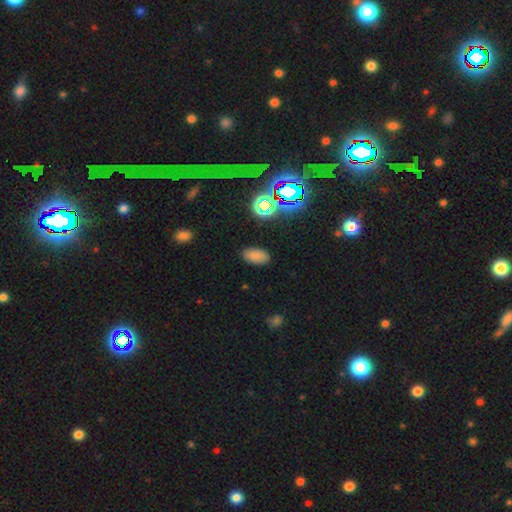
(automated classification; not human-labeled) This is likely a smooth galaxy (74%). How rounded: clearly in between (93%). Merging: clearly none (86%).